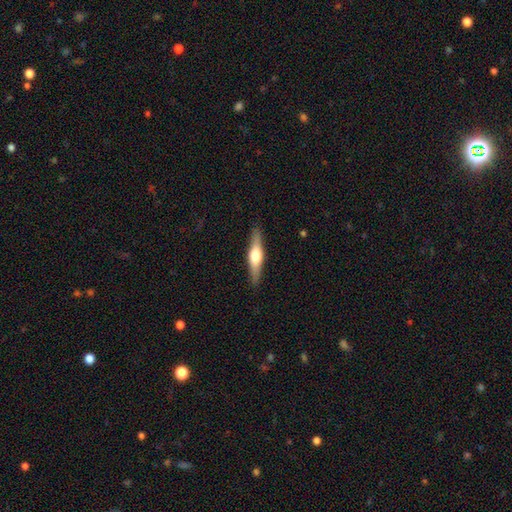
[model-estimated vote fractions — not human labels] This is possibly a featured or disk galaxy (59%). It is clearly viewed edge-on (96%). Edge-on bulge: clearly rounded (92%). Merging: clearly none (89%).